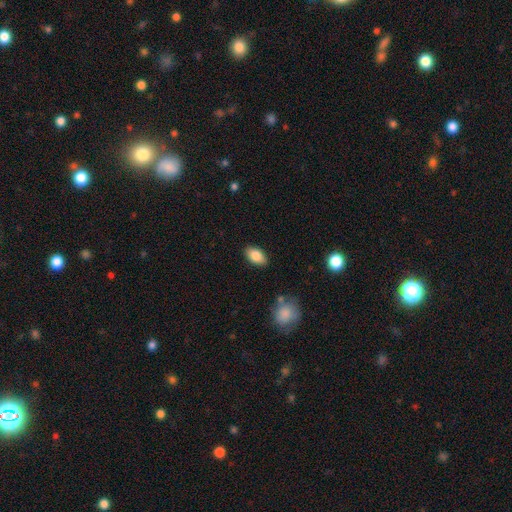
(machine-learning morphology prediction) Smooth or featured: smooth — 85% (featured or disk — 8%)
How rounded: in between — 93% (round — 5%)
Merging: none — 87% (minor disturbance — 9%)